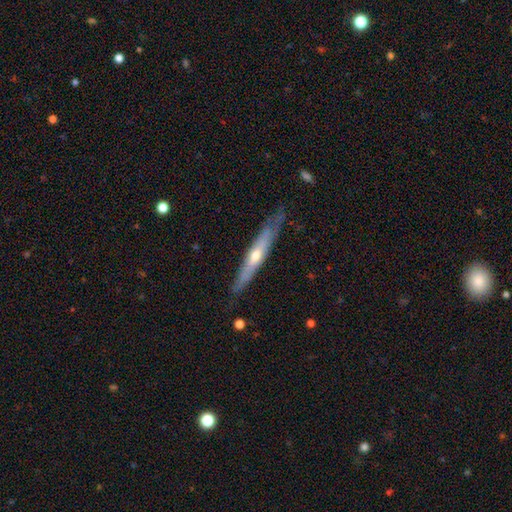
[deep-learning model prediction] Smooth or featured? Predicted: featured or disk (p=0.67). Edge-on disk? Predicted: yes (p=0.87). Edge-on bulge? Predicted: rounded (p=0.76). Merging? Predicted: none (p=0.81).